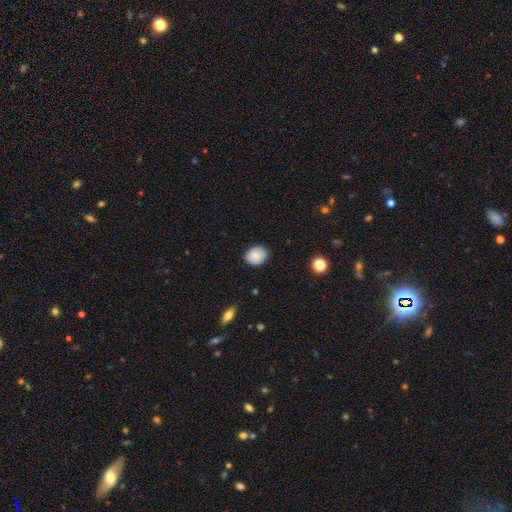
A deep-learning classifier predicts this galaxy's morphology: A smooth galaxy with no disk features (85%) that is round (61%).

Vote fractions:
- Smooth or featured? smooth: 85% / star or artifact: 8% / featured or disk: 7%
- How rounded? round: 61% / in between: 38% / cigar-shaped: 1%
- Merging? none: 85% / minor disturbance: 11% / major disturbance: 2% / merger: 1%